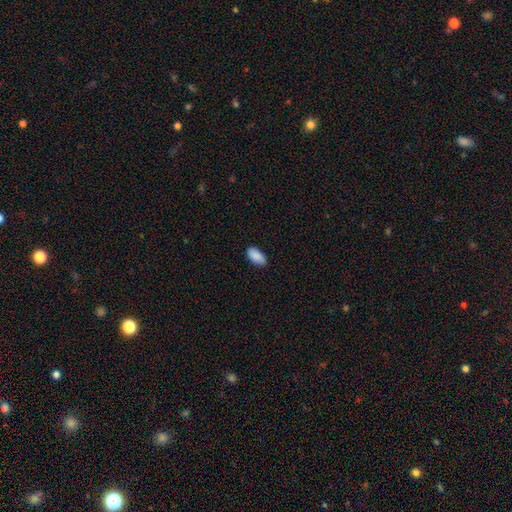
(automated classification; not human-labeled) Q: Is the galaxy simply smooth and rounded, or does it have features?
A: smooth — 89%.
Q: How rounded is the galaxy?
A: in between — 93%.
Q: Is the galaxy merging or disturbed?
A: none — 74%.